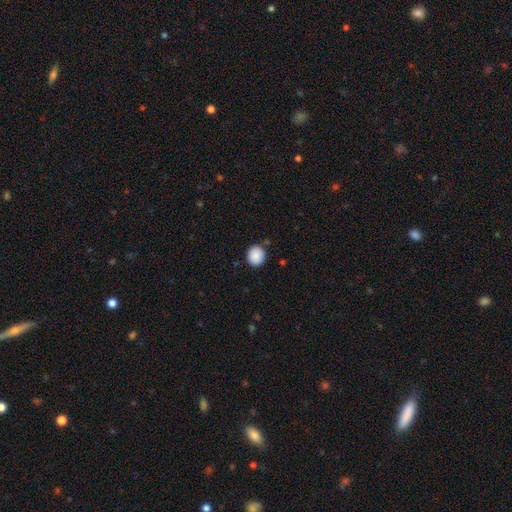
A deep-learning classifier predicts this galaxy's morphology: Overall: smooth (89%). How rounded: round (83%). Merging: none (85%).